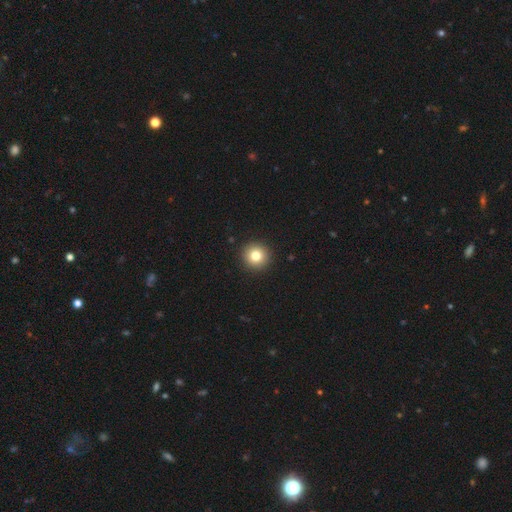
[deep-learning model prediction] This appears to be a smooth galaxy with no disk features (80%) that is round (95%). Merging: none (93%).